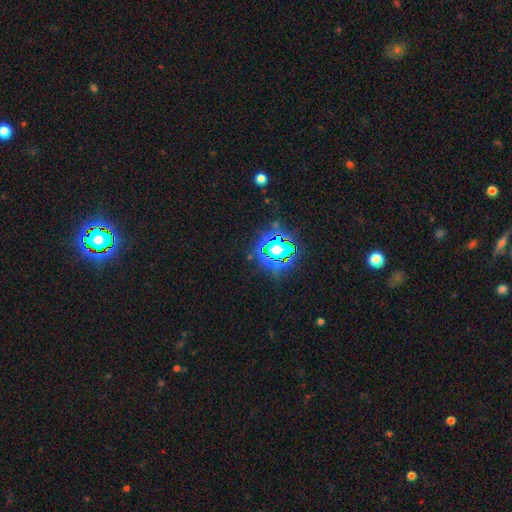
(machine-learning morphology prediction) Overall: star or artifact (83%).